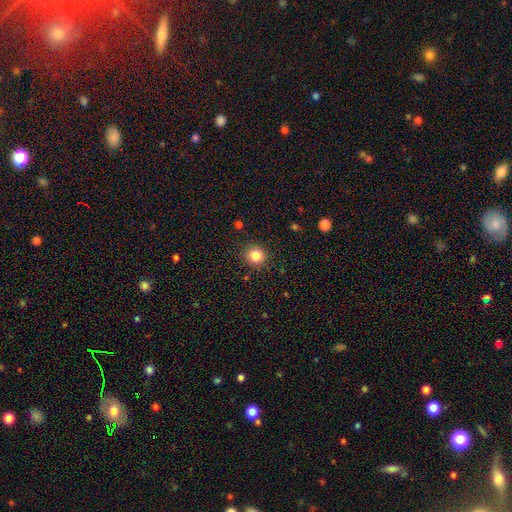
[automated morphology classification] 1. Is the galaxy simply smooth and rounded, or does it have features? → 83% smooth, 12% star or artifact, 5% featured or disk.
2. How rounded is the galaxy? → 91% round, 9% in between, 1% cigar-shaped.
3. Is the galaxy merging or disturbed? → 89% none, 7% minor disturbance, 2% major disturbance, 1% merger.